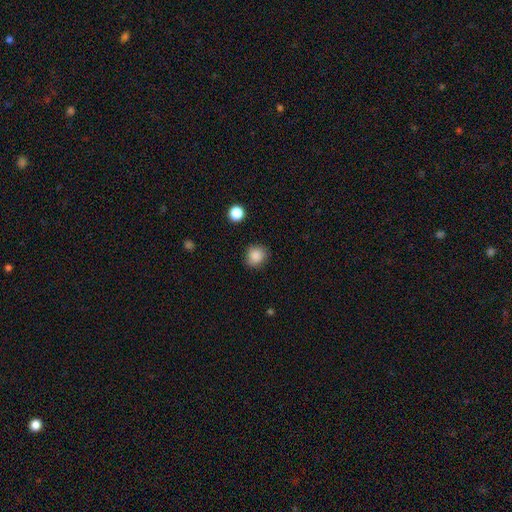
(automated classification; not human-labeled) Smooth or featured? Predicted: smooth (p=0.86). How rounded? Predicted: round (p=0.81). Merging? Predicted: none (p=0.81).